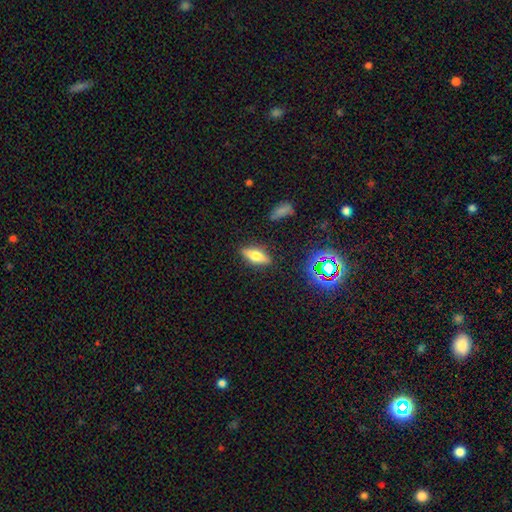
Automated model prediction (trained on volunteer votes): Smooth or featured? Predicted: smooth (p=0.54). How rounded? Predicted: in between (p=0.59). Merging? Predicted: none (p=0.85).